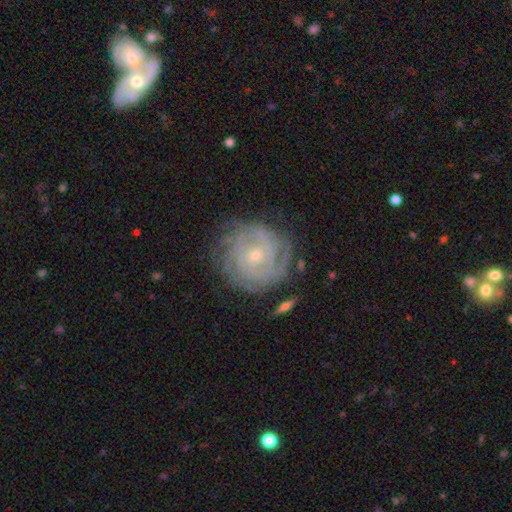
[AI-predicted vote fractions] Smooth or featured: featured or disk — 86% (smooth — 8%)
Edge-on disk: no — 97% (yes — 3%)
Bar: no — 71% (weak — 23%)
Spiral arms: yes — 97% (no — 3%)
Spiral winding: tight — 83% (medium — 14%)
Spiral arm count: can't tell — 30% (4 — 24%)
Bulge size: small — 75% (moderate — 21%)
Merging: none — 78% (minor disturbance — 15%)